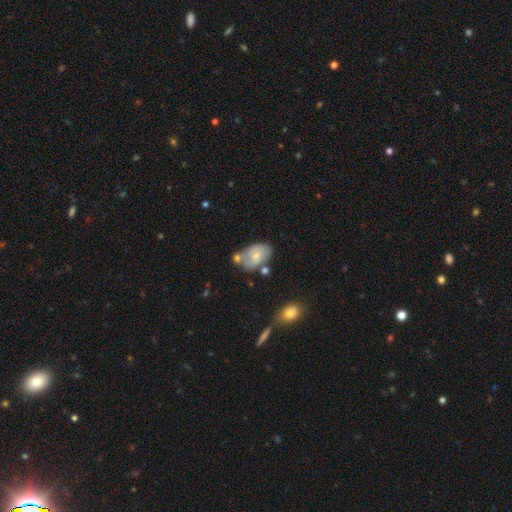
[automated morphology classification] A smooth galaxy with no disk features (55%) that is in between round and cigar-shaped (86%). Merging: none (43%).